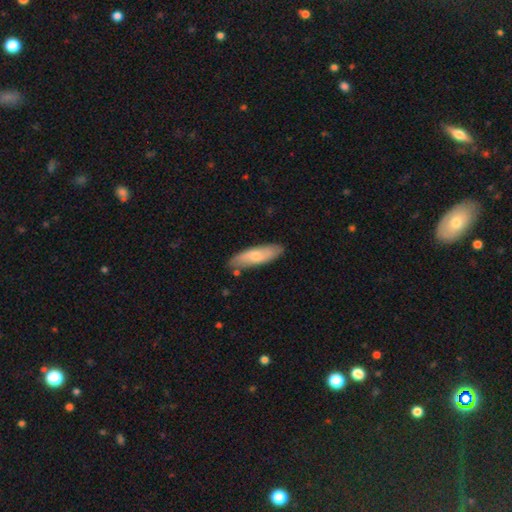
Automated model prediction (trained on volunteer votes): Overall: smooth (66%; featured or disk 29%). How rounded: cigar-shaped (51%; in between 47%). Merging: none (80%).